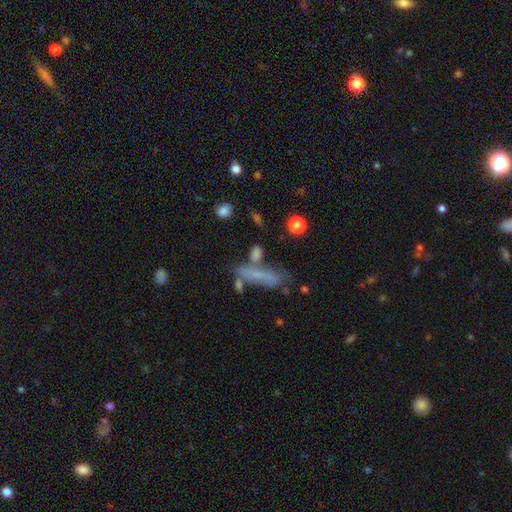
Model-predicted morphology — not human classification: A smooth galaxy with no disk features (59%) that is cigar-shaped (69%).

Vote fractions:
- Smooth or featured? smooth: 59% / featured or disk: 29% / star or artifact: 12%
- How rounded? cigar-shaped: 69% / in between: 25% / round: 6%
- Merging? none: 50% / minor disturbance: 19% / merger: 19% / major disturbance: 11%